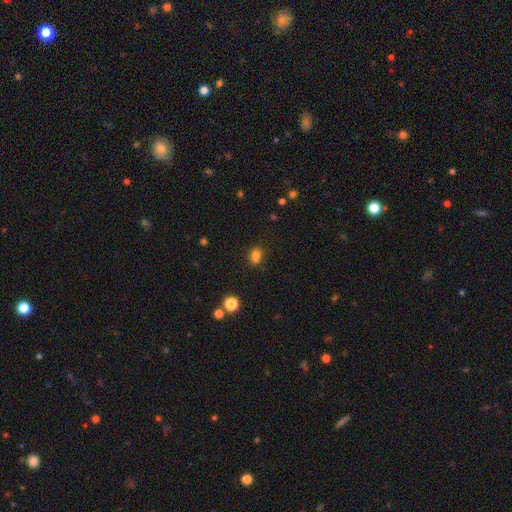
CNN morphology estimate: smooth-or-featured: smooth: 77% | star or artifact: 16% | featured or disk: 7%
  how-rounded: in between: 53% | round: 46% | cigar-shaped: 1%
  merging: none: 60% | merger: 20% | minor disturbance: 15% | major disturbance: 5%